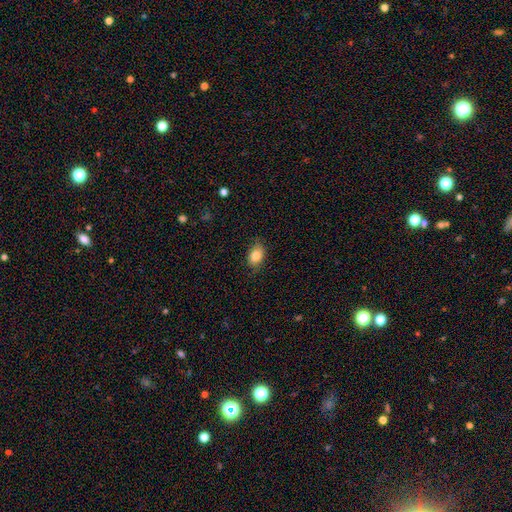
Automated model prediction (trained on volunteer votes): smooth 84%, star or artifact 8%, featured or disk 8%. Down the decision tree: how rounded — in between (82%); merging — none (79%).